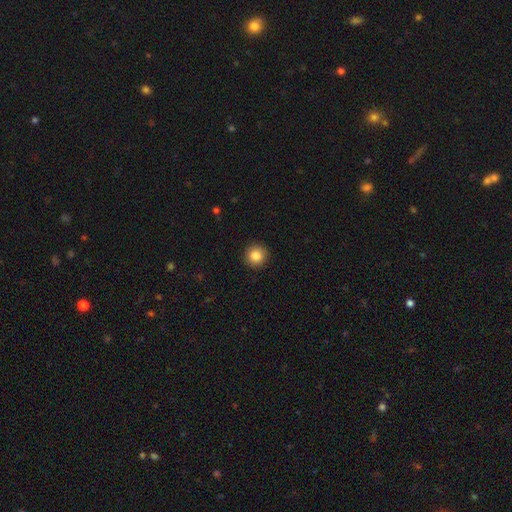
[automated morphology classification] smooth-or-featured: smooth: 85% | star or artifact: 10% | featured or disk: 5%
  how-rounded: round: 95% | in between: 4% | cigar-shaped: 1%
  merging: none: 93% | minor disturbance: 5% | major disturbance: 2% | merger: 1%